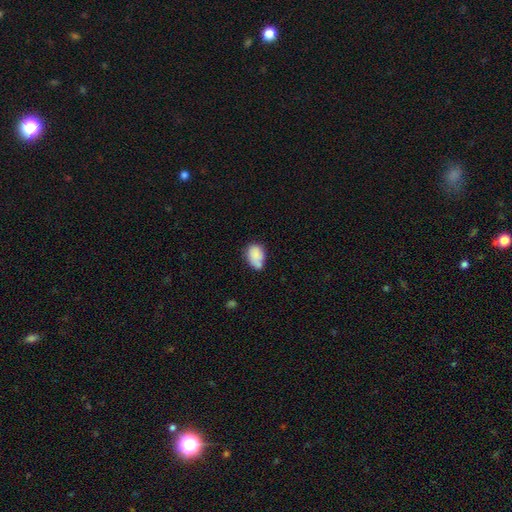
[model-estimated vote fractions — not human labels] Smooth or featured?
  - smooth: 82% *
  - featured or disk: 9%
  - star or artifact: 8%
How rounded?
  - in between: 77% *
  - round: 21%
  - cigar-shaped: 1%
Merging?
  - none: 47% *
  - minor disturbance: 28%
  - merger: 17%
  - major disturbance: 8%